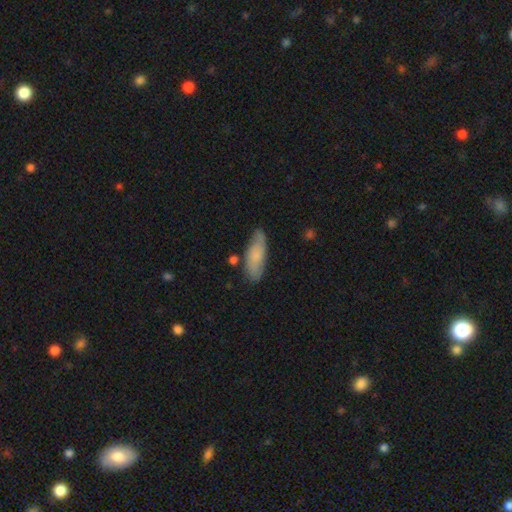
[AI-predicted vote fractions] Smooth or featured? smooth (70%)
How rounded? in between (62%)
Merging? none (72%)